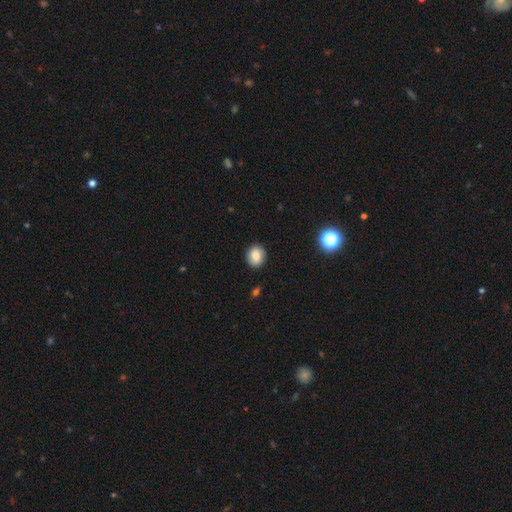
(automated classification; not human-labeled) Smooth or featured: smooth — 77% (featured or disk — 13%)
How rounded: round — 74% (in between — 25%)
Merging: none — 88% (minor disturbance — 9%)